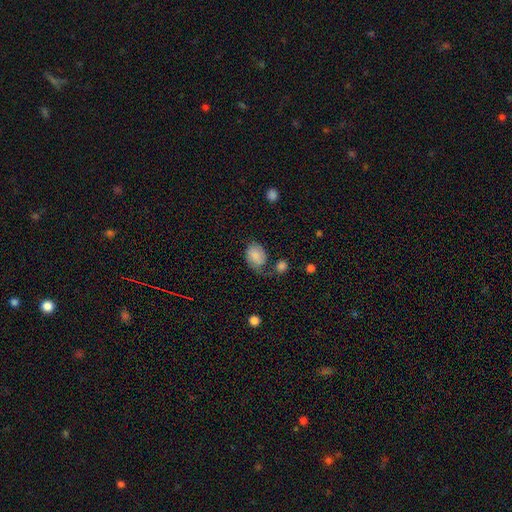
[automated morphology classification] smooth 79%, featured or disk 13%, star or artifact 8%. Down the decision tree: how rounded — in between (65%); merging — none (44%).